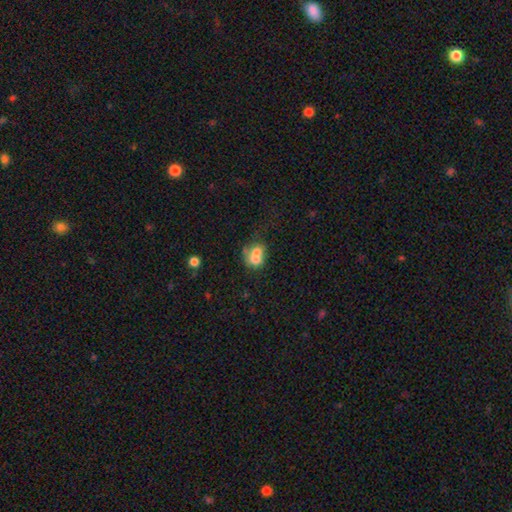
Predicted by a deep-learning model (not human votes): This appears to be a smooth galaxy with no disk features (65%) that is round (61%). Merging: merger (65%).